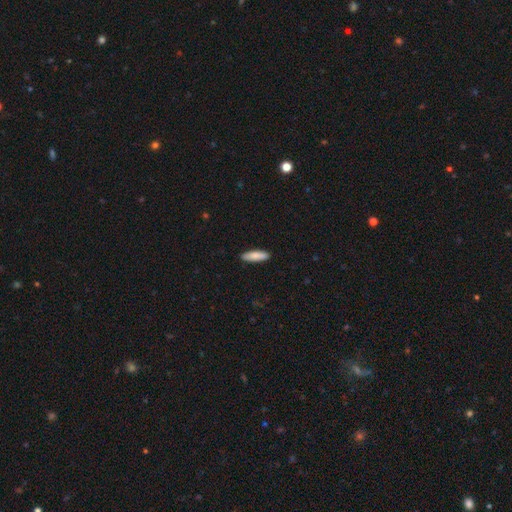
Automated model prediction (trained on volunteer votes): A smooth galaxy with no disk features (86%) that is cigar-shaped (63%). Merging: none (90%).